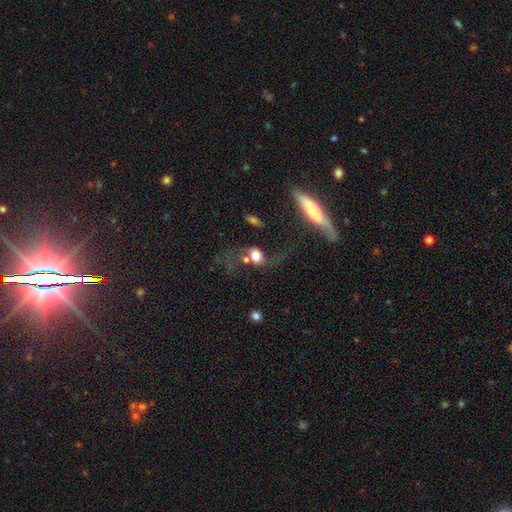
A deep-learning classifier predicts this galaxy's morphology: smooth_or_featured: smooth (p=0.58) [alt: featured or disk p=0.30]
how_rounded: round (p=0.51) [alt: in between p=0.45]
merging: none (p=0.31) [alt: major disturbance p=0.30]